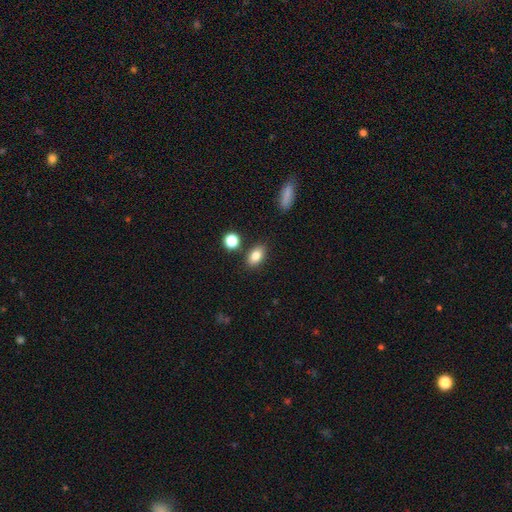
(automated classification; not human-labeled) This is clearly a smooth galaxy (81%). How rounded: clearly in between (84%). Merging: clearly none (82%).